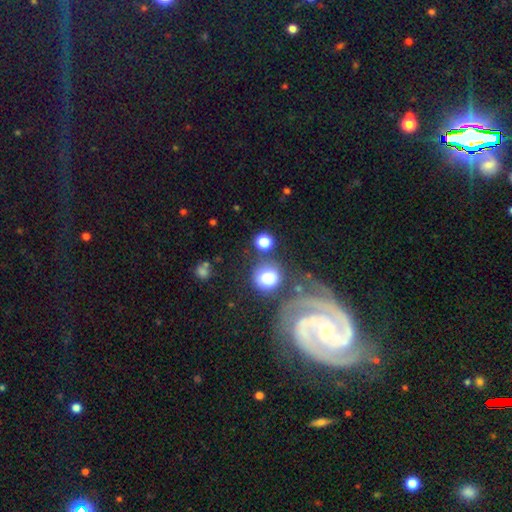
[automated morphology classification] Smooth or featured: featured or disk — 61% (star or artifact — 24%)
Edge-on disk: no — 94% (yes — 6%)
Bar: no — 48% (weak — 32%)
Spiral arms: yes — 96% (no — 4%)
Spiral winding: tight — 67% (medium — 27%)
Spiral arm count: 2 — 84% (3 — 5%)
Bulge size: small — 64% (moderate — 29%)
Merging: none — 80% (minor disturbance — 11%)